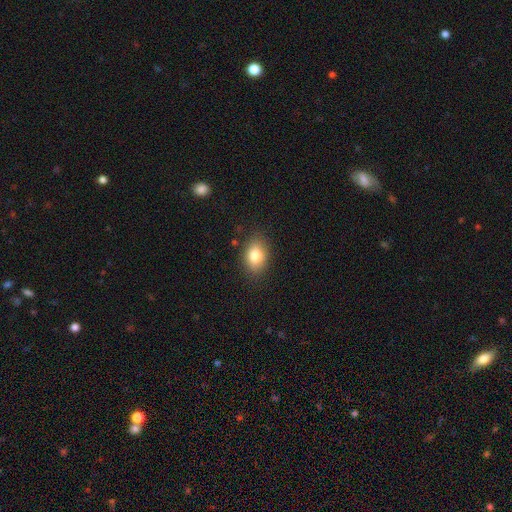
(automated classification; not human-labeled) Smooth or featured?
  - smooth: 82% *
  - featured or disk: 10%
  - star or artifact: 9%
How rounded?
  - in between: 80% *
  - round: 19%
  - cigar-shaped: 2%
Merging?
  - none: 84% *
  - minor disturbance: 12%
  - major disturbance: 3%
  - merger: 1%